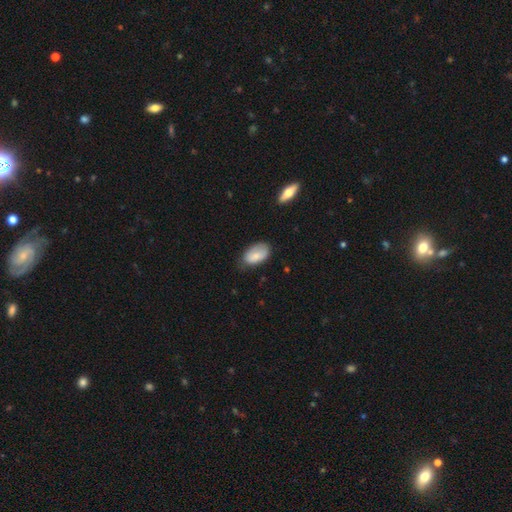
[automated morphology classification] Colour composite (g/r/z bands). It shows a smooth galaxy with no disk features (79%) that is in between round and cigar-shaped (94%). Merging: none (60%).